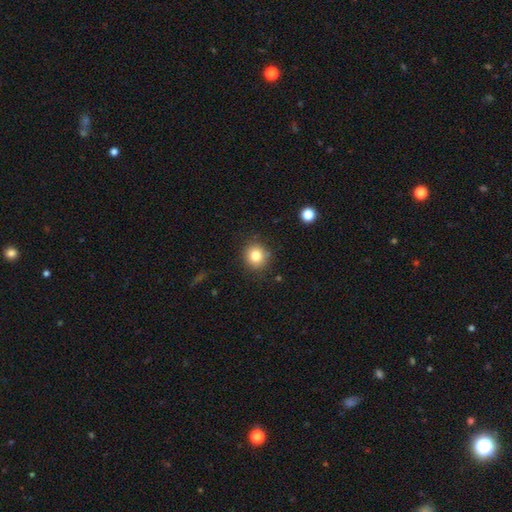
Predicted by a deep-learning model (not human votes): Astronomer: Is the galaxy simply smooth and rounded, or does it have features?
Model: smooth — 81%.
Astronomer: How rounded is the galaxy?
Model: round — 89%.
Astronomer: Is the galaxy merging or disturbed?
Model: none — 88%.